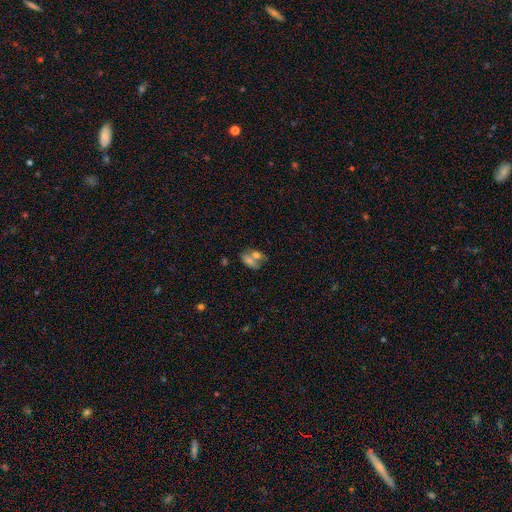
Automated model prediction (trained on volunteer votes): smooth_or_featured: smooth (p=0.66) [alt: featured or disk p=0.23]
how_rounded: in between (p=0.76) [alt: round p=0.19]
merging: merger (p=0.59) [alt: none p=0.25]